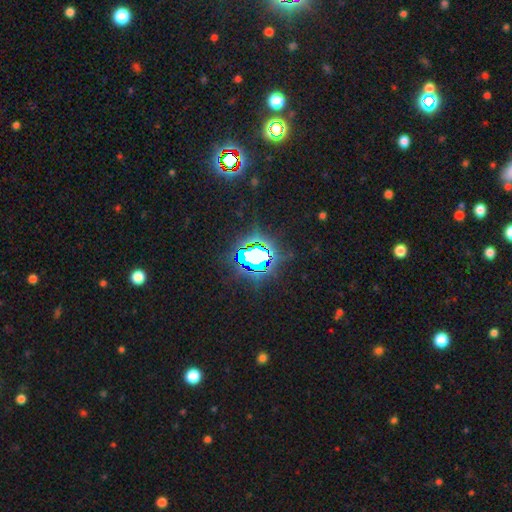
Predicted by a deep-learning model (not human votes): This is likely a star or artifact rather than a galaxy (76%).